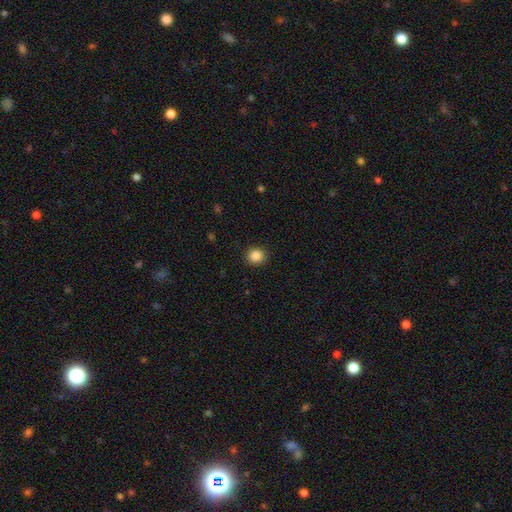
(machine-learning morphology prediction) Q: Smooth or featured?
A: smooth (87%); runner-up: star or artifact (10%)
Q: How rounded?
A: round (86%); runner-up: in between (13%)
Q: Merging?
A: none (91%); runner-up: minor disturbance (6%)